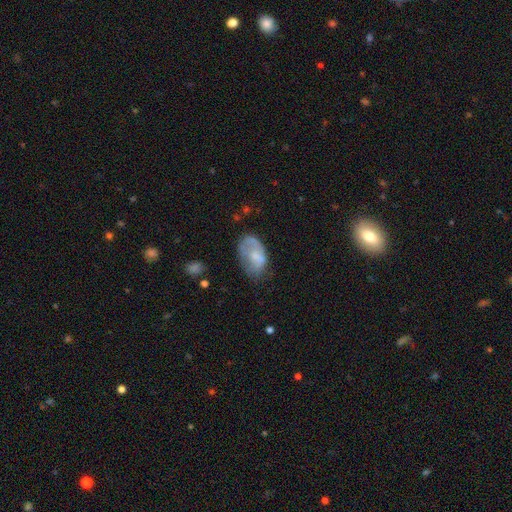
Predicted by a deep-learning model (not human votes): Smooth or featured: smooth — 58% (featured or disk — 34%)
How rounded: in between — 91% (round — 8%)
Merging: none — 41% (minor disturbance — 34%)